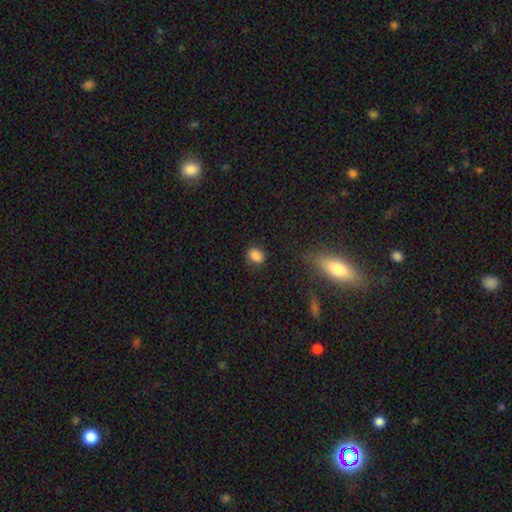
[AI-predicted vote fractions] Morphology: type=smooth (85%); roundness=in between (64%); merging=none (83%).